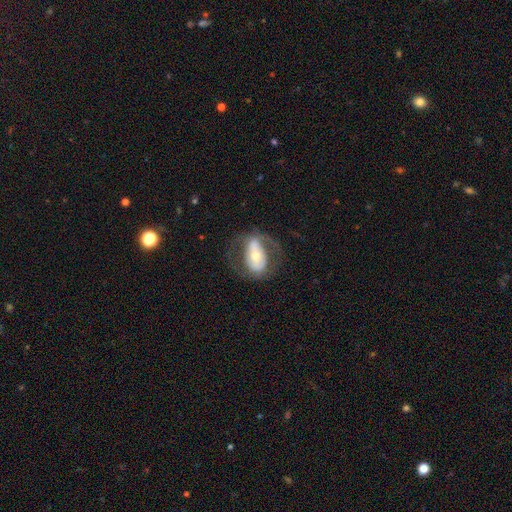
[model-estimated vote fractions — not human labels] Overall: featured or disk (63%; smooth 30%). Edge-on disk: no (91%). Bar: strong (42%; no 35%). Spiral arms: no (52%; yes 48%). Bulge size: moderate (52%; small 37%). Merging: none (62%).